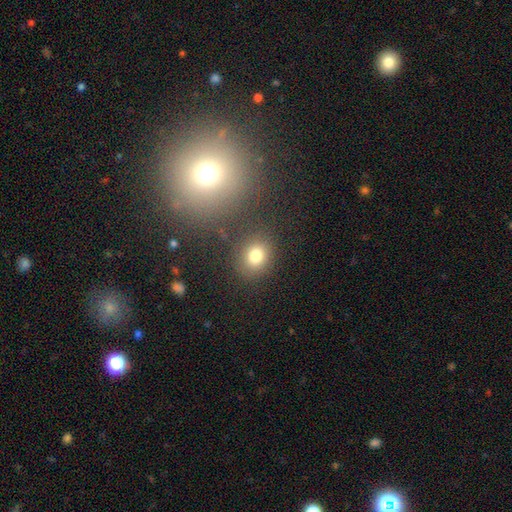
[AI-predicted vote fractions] A smooth galaxy with no disk features (78%) that is round (69%). Merging: none (81%).